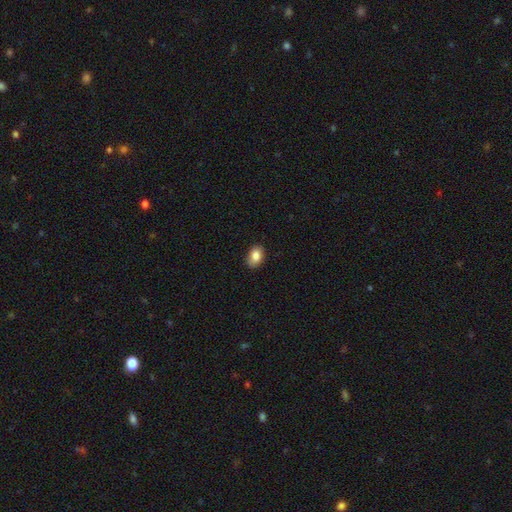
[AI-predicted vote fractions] A smooth galaxy with no disk features (85%) that is in between round and cigar-shaped (83%). Merging: none (84%).